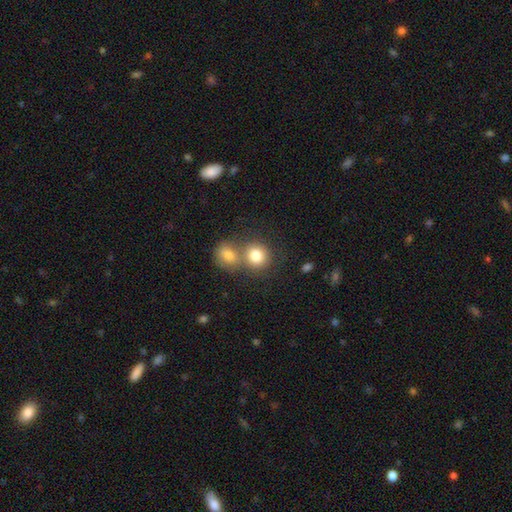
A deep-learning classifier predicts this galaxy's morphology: This is clearly a smooth galaxy (81%). How rounded: clearly round (81%). Merging: possibly merger (46%).